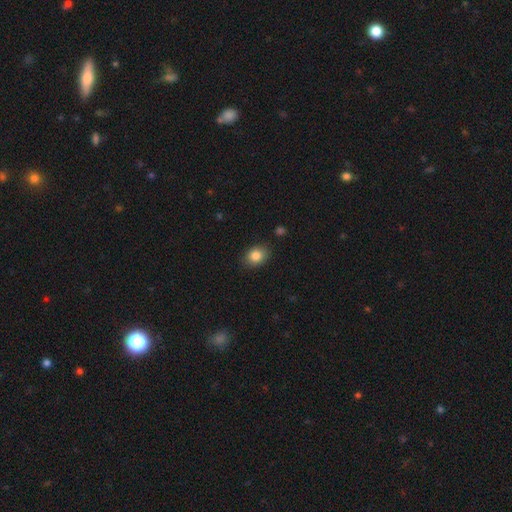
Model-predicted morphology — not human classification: Smooth or featured?
  - smooth: 84% *
  - star or artifact: 9%
  - featured or disk: 7%
How rounded?
  - in between: 60% *
  - round: 39%
  - cigar-shaped: 1%
Merging?
  - none: 84% *
  - minor disturbance: 12%
  - major disturbance: 3%
  - merger: 2%